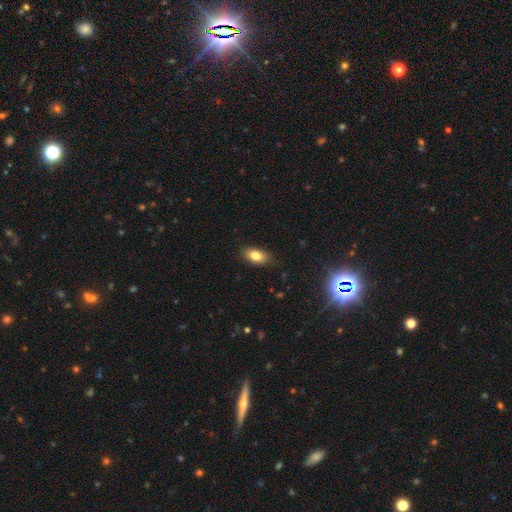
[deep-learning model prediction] This appears to be a smooth galaxy with no disk features (82%) that is in between round and cigar-shaped (88%). Merging: none (83%).